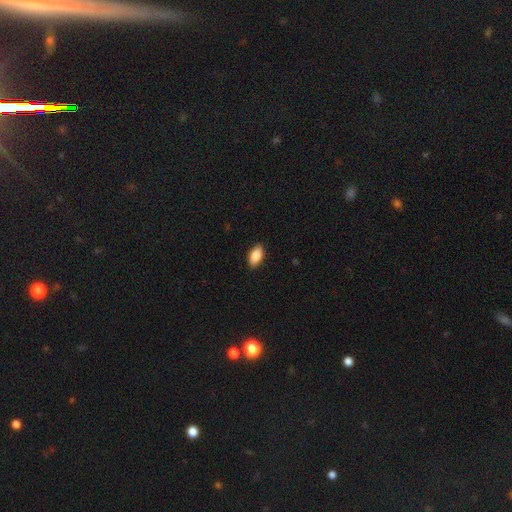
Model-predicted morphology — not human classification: This appears to be a smooth galaxy with no disk features (84%) that is in between round and cigar-shaped (91%). Merging: none (88%).